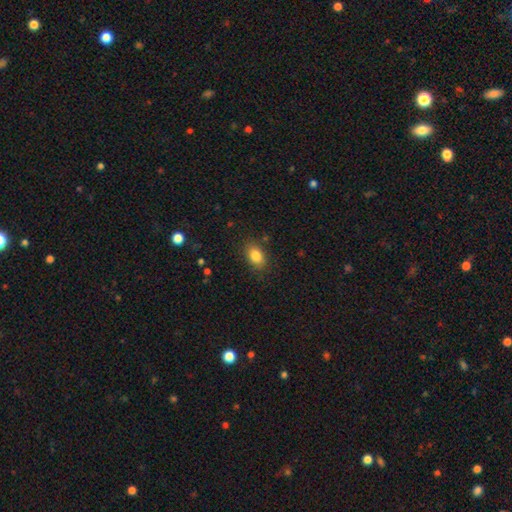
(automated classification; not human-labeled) Smooth or featured: smooth — 84% (star or artifact — 9%)
How rounded: in between — 82% (round — 16%)
Merging: none — 84% (minor disturbance — 11%)